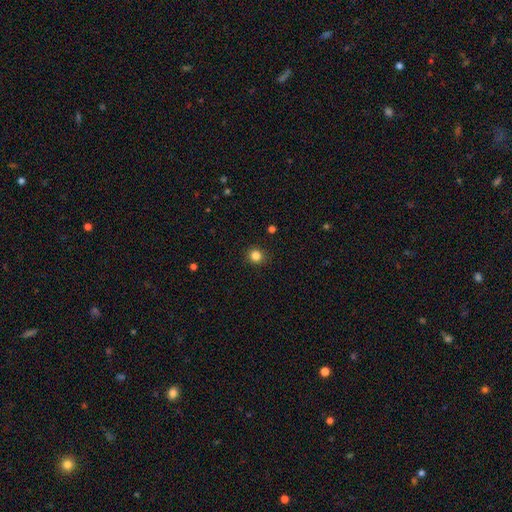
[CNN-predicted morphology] A smooth galaxy with no disk features (84%) that is round (91%).

Vote fractions:
- Smooth or featured? smooth: 84% / star or artifact: 12% / featured or disk: 4%
- How rounded? round: 91% / in between: 8% / cigar-shaped: 1%
- Merging? none: 91% / minor disturbance: 6% / major disturbance: 2% / merger: 1%